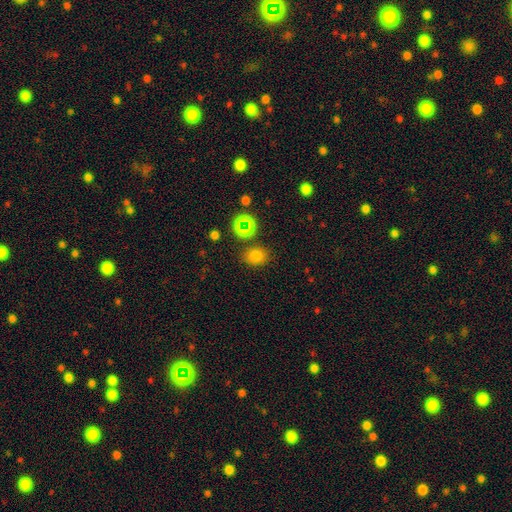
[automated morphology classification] Smooth or featured? Predicted: smooth (p=0.74). How rounded? Predicted: round (p=0.53). Merging? Predicted: none (p=0.81).